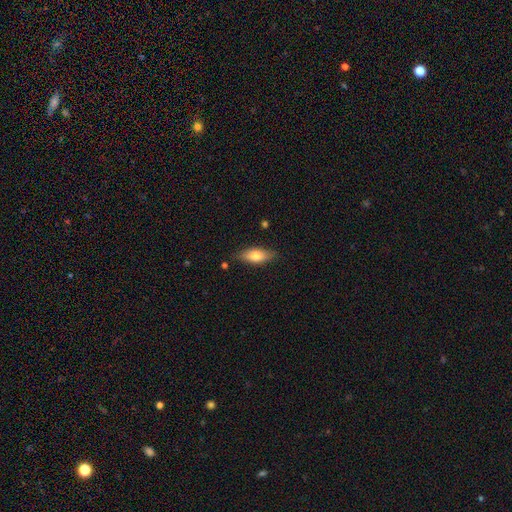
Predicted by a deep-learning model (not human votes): Q: Smooth or featured?
A: smooth (72%); runner-up: featured or disk (21%)
Q: How rounded?
A: in between (77%); runner-up: cigar-shaped (20%)
Q: Merging?
A: none (82%); runner-up: minor disturbance (14%)